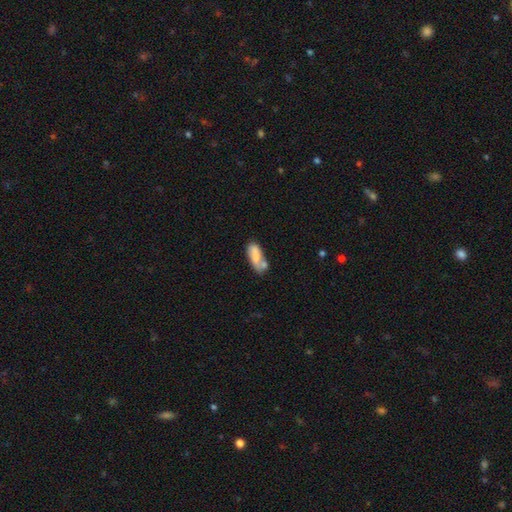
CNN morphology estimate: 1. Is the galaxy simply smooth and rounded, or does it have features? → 72% smooth, 21% featured or disk, 8% star or artifact.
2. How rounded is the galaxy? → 75% in between, 23% cigar-shaped, 2% round.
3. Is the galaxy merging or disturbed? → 37% none, 31% merger, 22% minor disturbance, 10% major disturbance.